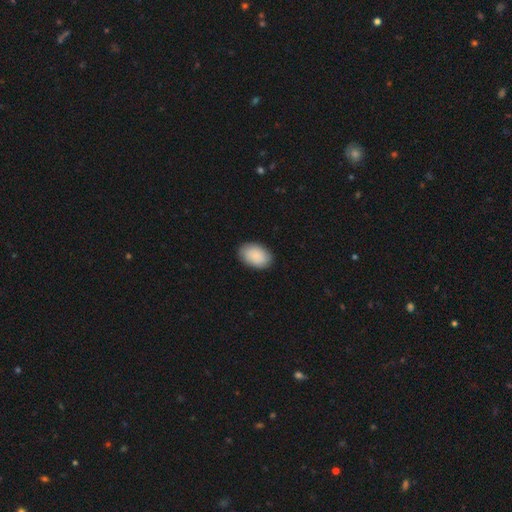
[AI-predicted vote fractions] This appears to be a smooth galaxy with no disk features (87%) that is in between round and cigar-shaped (88%). Merging: none (87%).